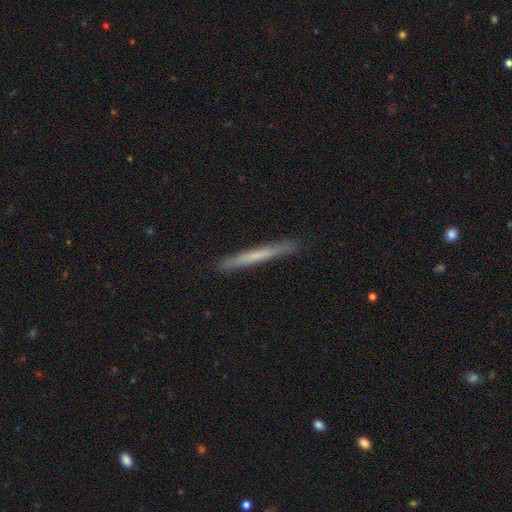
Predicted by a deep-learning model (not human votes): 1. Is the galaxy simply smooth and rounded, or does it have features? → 55% smooth, 39% featured or disk, 6% star or artifact.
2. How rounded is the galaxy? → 97% cigar-shaped, 2% in between, 1% round.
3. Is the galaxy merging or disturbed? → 91% none, 7% minor disturbance, 1% major disturbance, 1% merger.